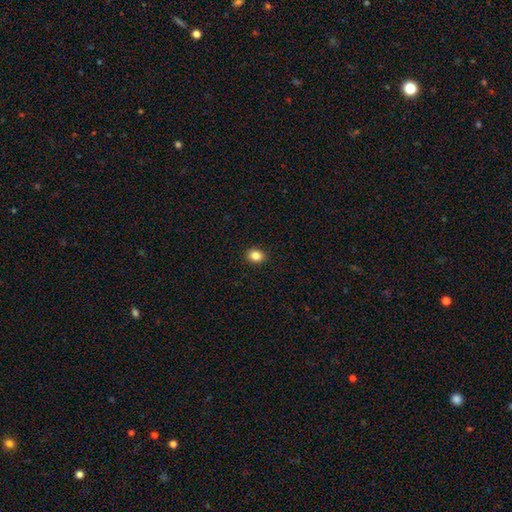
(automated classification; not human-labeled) Q: Smooth or featured?
A: smooth (85%); runner-up: star or artifact (10%)
Q: How rounded?
A: round (52%); runner-up: in between (47%)
Q: Merging?
A: none (91%); runner-up: minor disturbance (6%)